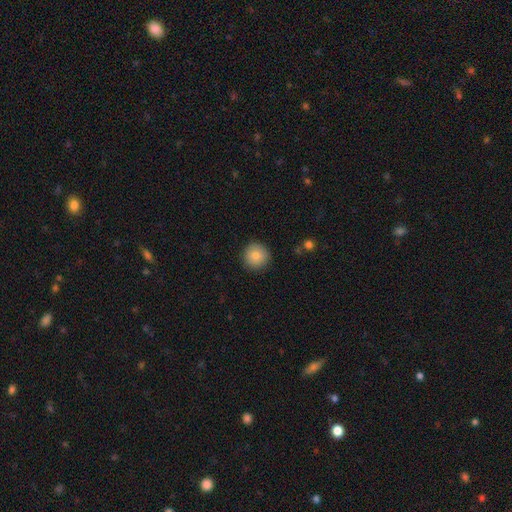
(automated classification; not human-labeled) Morphology: type=smooth (85%); roundness=round (95%); merging=none (91%).